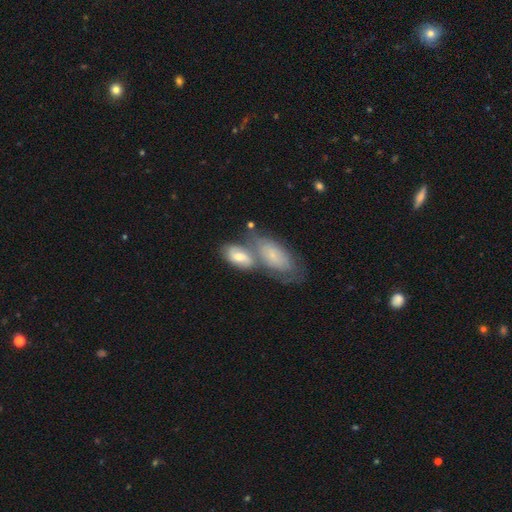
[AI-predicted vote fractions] smooth 46%, featured or disk 39%, star or artifact 15%. Down the decision tree: merging — merger (50%).